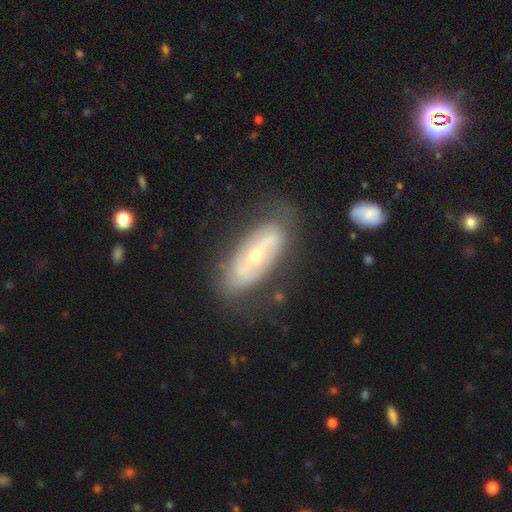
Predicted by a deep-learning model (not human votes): smooth-or-featured: featured or disk: 71% | smooth: 23% | star or artifact: 6%
  disk-edge-on: no: 85% | yes: 15%
    bar: no: 43% | strong: 30% | weak: 28%
    has-spiral-arms: yes: 57% | no: 43%
    bulge-size: small: 55% | moderate: 41% | large: 2% | dominant: 1% | none: 1%
  merging: none: 67% | minor disturbance: 21% | major disturbance: 9% | merger: 3%